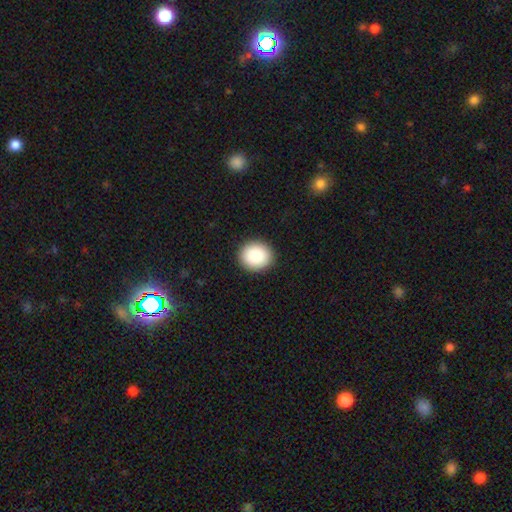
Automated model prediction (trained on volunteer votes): This is clearly a smooth galaxy (86%). How rounded: likely round (79%). Merging: clearly none (92%).